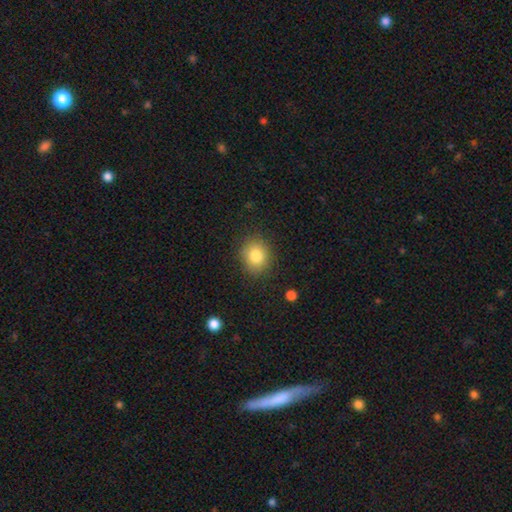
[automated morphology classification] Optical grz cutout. It shows a smooth galaxy with no disk features (82%) that is round (71%). Merging: none (85%).